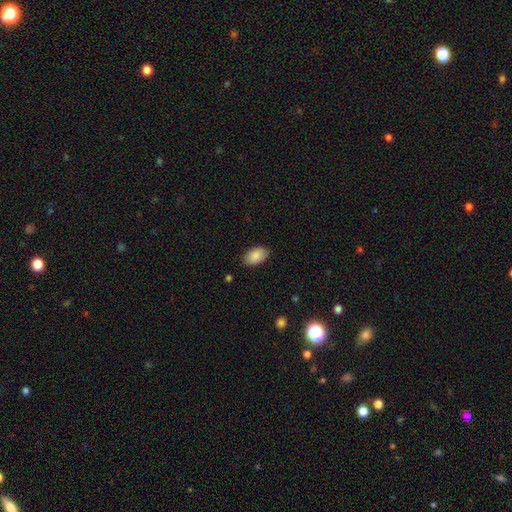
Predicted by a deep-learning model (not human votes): Smooth or featured? Predicted: smooth (p=0.89). How rounded? Predicted: in between (p=0.94). Merging? Predicted: none (p=0.86).